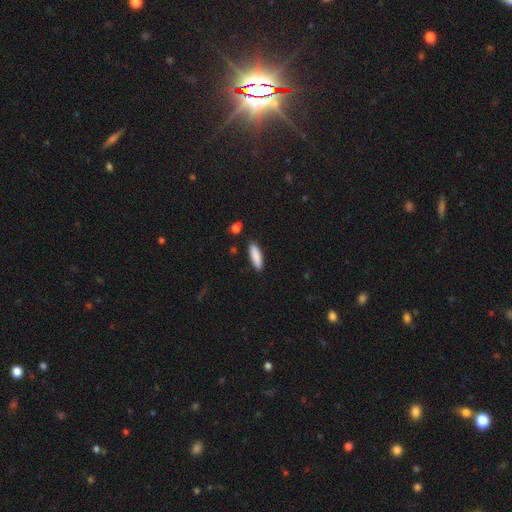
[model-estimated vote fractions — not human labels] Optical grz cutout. It shows a smooth galaxy with no disk features (88%) that is cigar-shaped (57%). Merging: none (88%).